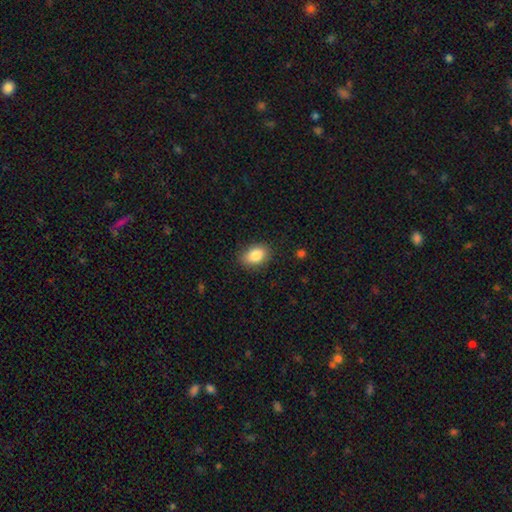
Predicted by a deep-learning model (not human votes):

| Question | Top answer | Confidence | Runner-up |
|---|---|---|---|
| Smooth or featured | smooth | 85% | star or artifact (8%) |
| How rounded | in between | 79% | round (20%) |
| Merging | none | 84% | minor disturbance (12%) |